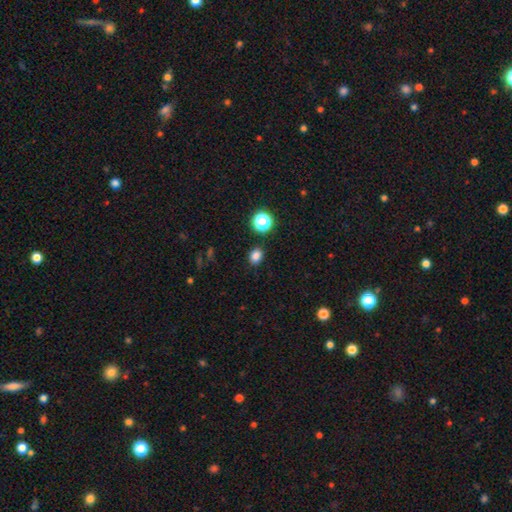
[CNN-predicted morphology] smooth_or_featured: smooth (p=0.81) [alt: star or artifact p=0.15]
how_rounded: in between (p=0.52) [alt: round p=0.46]
merging: none (p=0.87) [alt: minor disturbance p=0.08]